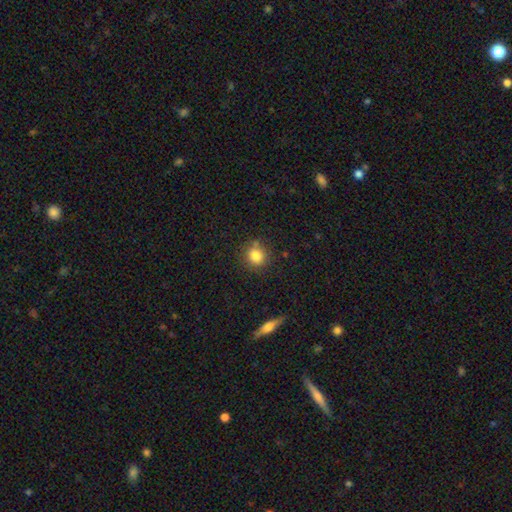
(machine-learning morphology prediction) A smooth galaxy with no disk features (83%) that is round (85%). Merging: none (78%).